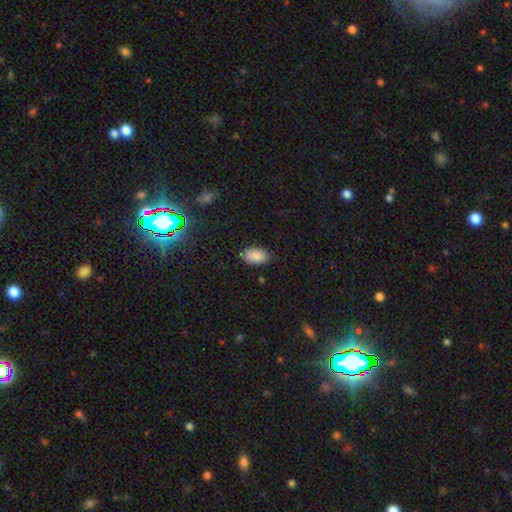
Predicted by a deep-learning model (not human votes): smooth-or-featured: smooth: 87% | star or artifact: 8% | featured or disk: 5%
  how-rounded: in between: 93% | round: 6% | cigar-shaped: 2%
  merging: none: 79% | minor disturbance: 16% | major disturbance: 3% | merger: 1%